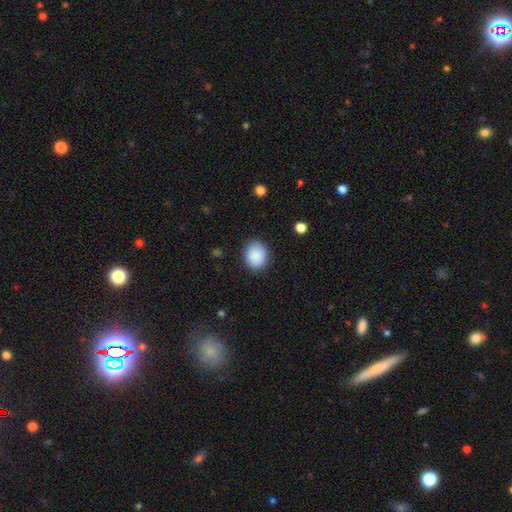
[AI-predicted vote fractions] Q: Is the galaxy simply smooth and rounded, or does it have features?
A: smooth — 89%.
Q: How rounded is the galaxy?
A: round — 60%.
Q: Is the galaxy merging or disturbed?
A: none — 86%.